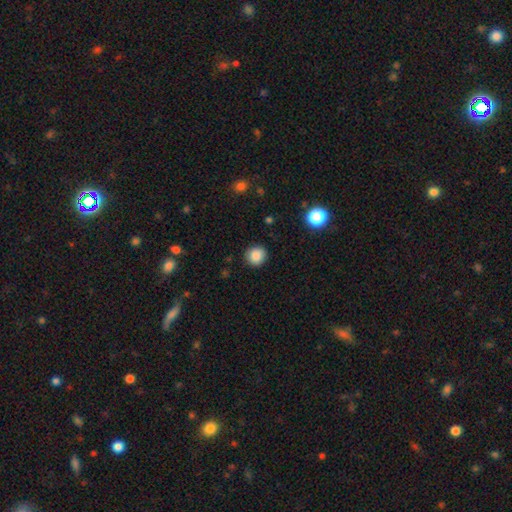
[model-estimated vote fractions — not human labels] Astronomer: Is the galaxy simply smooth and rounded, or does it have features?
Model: smooth — 86%.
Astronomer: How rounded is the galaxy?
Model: round — 91%.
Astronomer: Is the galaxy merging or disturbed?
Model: none — 89%.